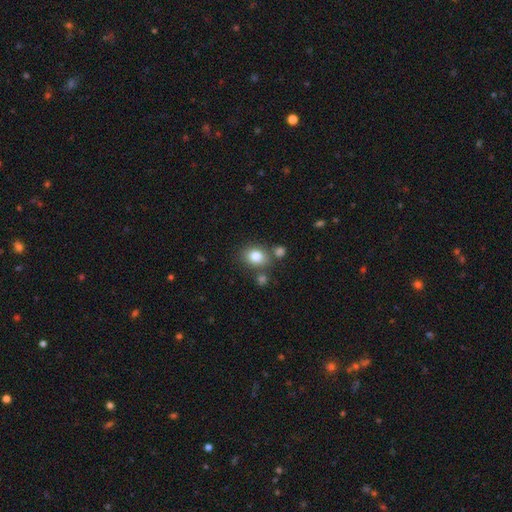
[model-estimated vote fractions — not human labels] smooth-or-featured: smooth: 82% | star or artifact: 10% | featured or disk: 8%
  how-rounded: round: 50% | in between: 49% | cigar-shaped: 1%
  merging: none: 72% | minor disturbance: 12% | merger: 12% | major disturbance: 4%